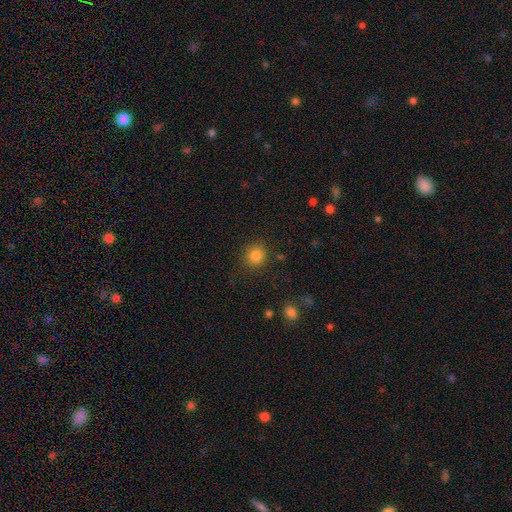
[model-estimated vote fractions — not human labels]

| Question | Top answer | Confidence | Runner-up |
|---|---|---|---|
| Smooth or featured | smooth | 84% | star or artifact (12%) |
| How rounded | round | 90% | in between (9%) |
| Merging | none | 87% | minor disturbance (8%) |